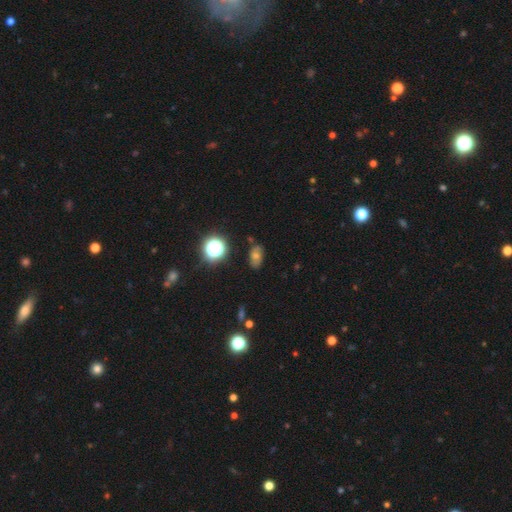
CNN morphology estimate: Smooth or featured: smooth — 43% (star or artifact — 37%)
Merging: none — 79% (minor disturbance — 14%)